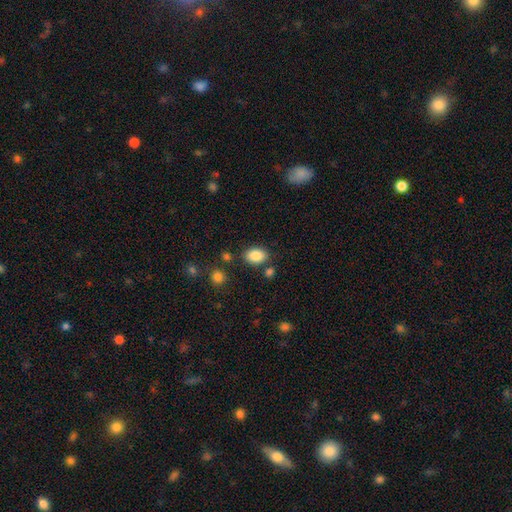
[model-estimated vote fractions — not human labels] A smooth galaxy with no disk features (87%) that is in between round and cigar-shaped (78%). Merging: none (80%).